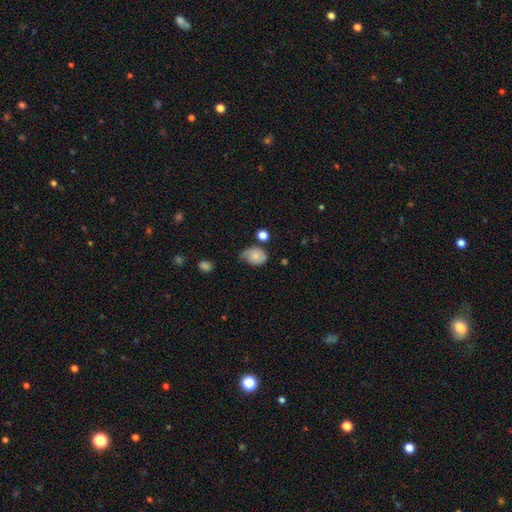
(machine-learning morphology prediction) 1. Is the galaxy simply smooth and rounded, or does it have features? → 73% smooth, 18% featured or disk, 9% star or artifact.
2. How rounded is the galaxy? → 67% in between, 32% round, 1% cigar-shaped.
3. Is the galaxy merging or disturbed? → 42% none, 41% minor disturbance, 12% major disturbance, 5% merger.